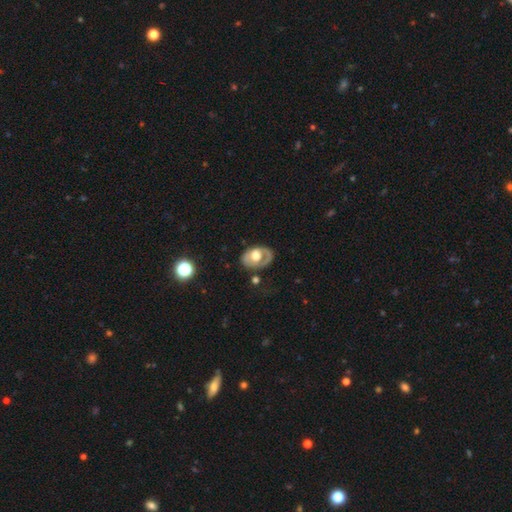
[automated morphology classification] featured or disk 57%, smooth 37%, star or artifact 6%. Down the decision tree: edge-on disk — no (93%); bar — no (77%); spiral arms — no (64%); bulge size — large (45%); merging — none (62%).